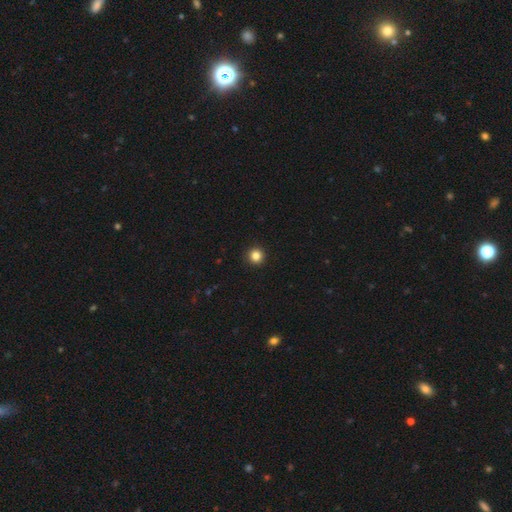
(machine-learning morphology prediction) This appears to be a smooth galaxy with no disk features (84%) that is round (95%). Merging: none (94%).